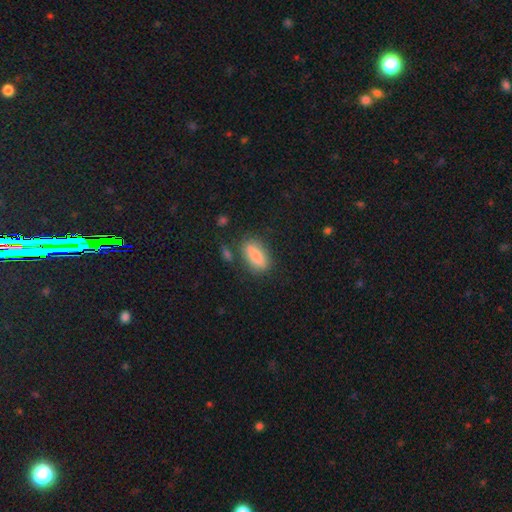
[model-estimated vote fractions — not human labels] The model was most divided on "merging": none: 75%, minor disturbance: 15%, merger: 5%, major disturbance: 5%. More confident: smooth or featured — smooth (86%); how rounded — in between (85%).